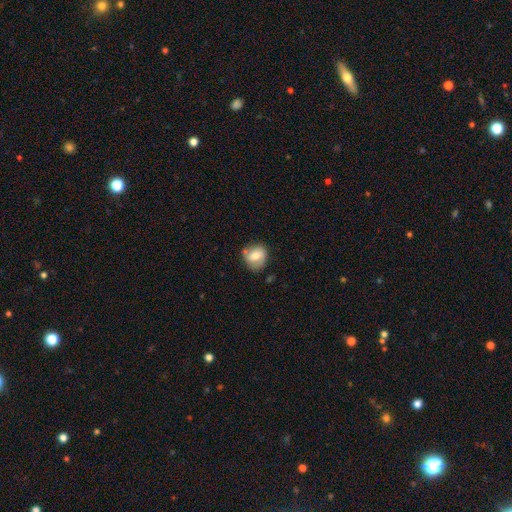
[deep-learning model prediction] A smooth galaxy with no disk features (61%) that is round (66%).

Vote fractions:
- Smooth or featured? smooth: 61% / featured or disk: 31% / star or artifact: 8%
- How rounded? round: 66% / in between: 32% / cigar-shaped: 1%
- Merging? none: 61% / minor disturbance: 25% / merger: 7% / major disturbance: 7%